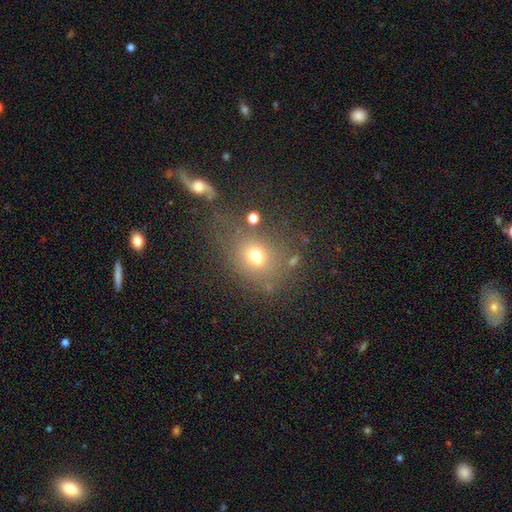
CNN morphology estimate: smooth 65%, star or artifact 19%, featured or disk 16%. Down the decision tree: how rounded — round (52%); merging — none (54%).